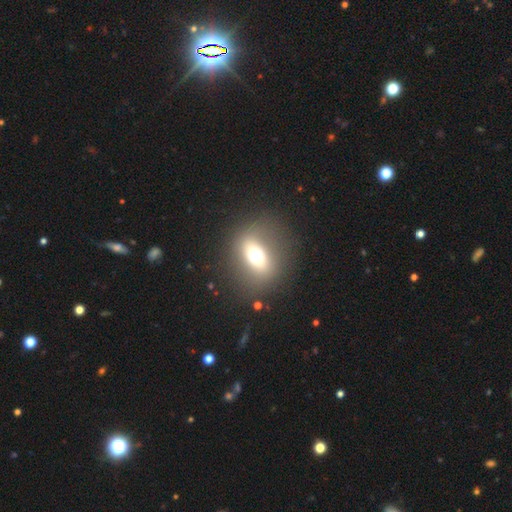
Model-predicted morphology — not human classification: The model was most divided on "how rounded": round: 51%, in between: 45%, cigar-shaped: 3%. More confident: merging — none (80%); smooth or featured — smooth (56%).